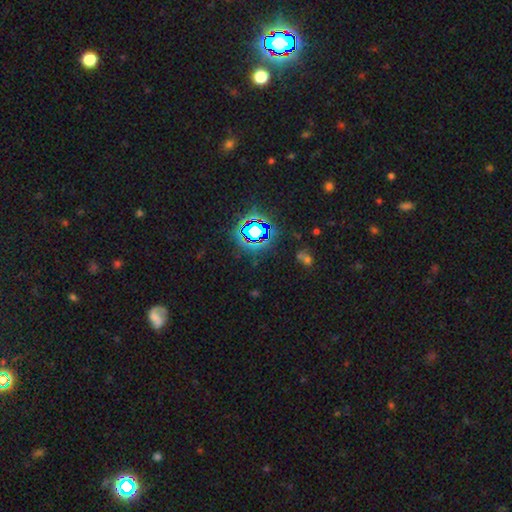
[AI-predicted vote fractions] A star or artifact, not a galaxy (77%).